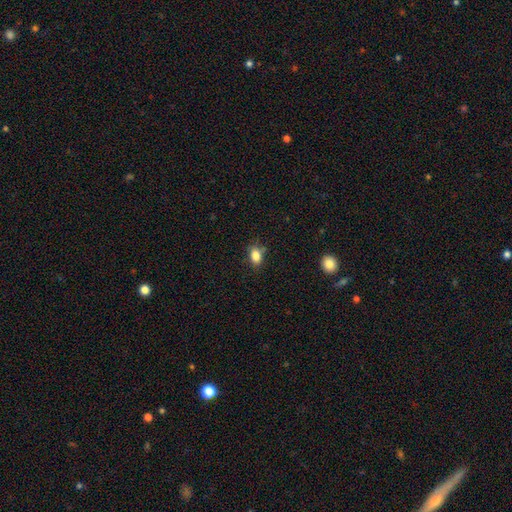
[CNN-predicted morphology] This appears to be a smooth galaxy with no disk features (84%) that is in between round and cigar-shaped (77%). Merging: none (74%).